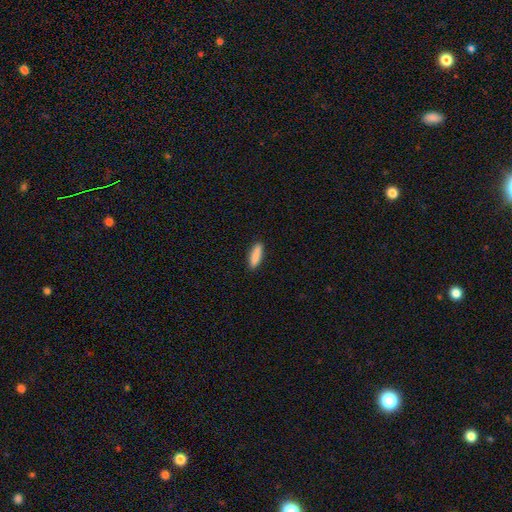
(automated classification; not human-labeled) Q: Smooth or featured?
A: smooth (88%); runner-up: star or artifact (6%)
Q: How rounded?
A: cigar-shaped (59%); runner-up: in between (39%)
Q: Merging?
A: none (90%); runner-up: minor disturbance (8%)